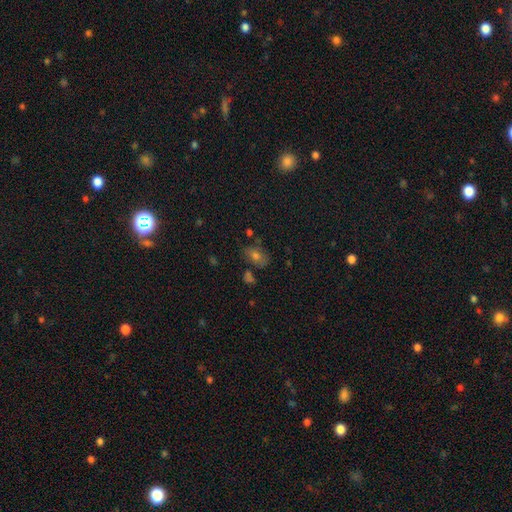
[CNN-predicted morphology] A smooth galaxy with no disk features (58%) that is in between round and cigar-shaped (76%). Merging: none (70%).